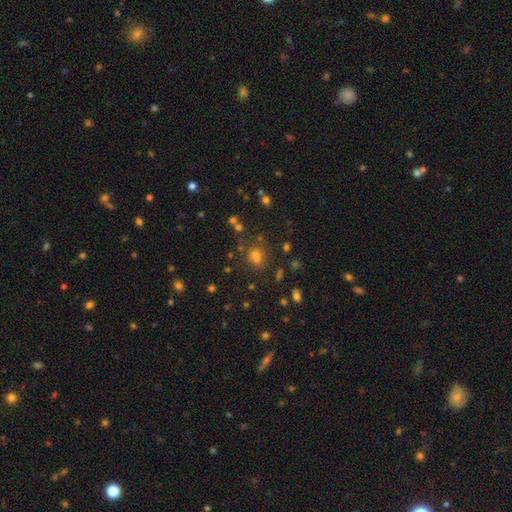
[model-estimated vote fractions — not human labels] This is possibly a smooth galaxy (56%). How rounded: likely round (69%). Merging: likely none (68%).